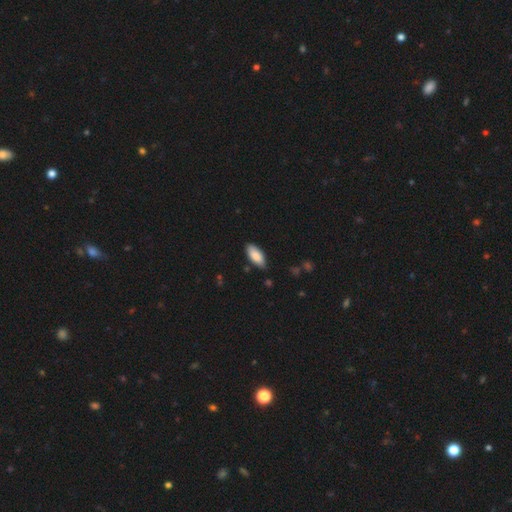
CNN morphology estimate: The model was most divided on "merging": none: 82%, minor disturbance: 14%, major disturbance: 2%, merger: 1%. More confident: how rounded — in between (87%); smooth or featured — smooth (86%).